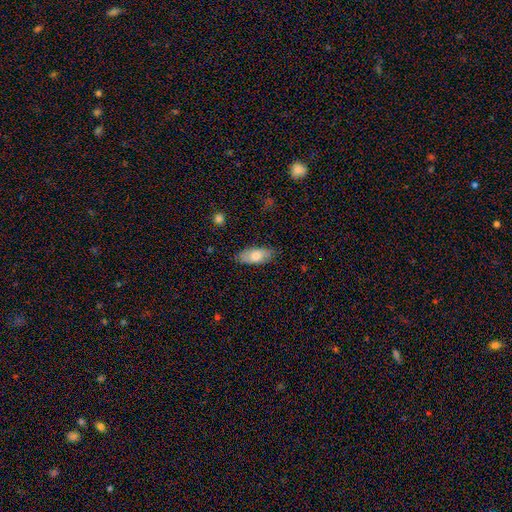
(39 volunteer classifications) Smooth or featured?
  - smooth: 77% *
  - featured or disk: 18%
  - star or artifact: 5%
How rounded?
  - in between: 87% *
  - cigar-shaped: 13%
  - round: 0%
Merging?
  - none: 86% *
  - minor disturbance: 14%
  - major disturbance: 0%
  - merger: 0%